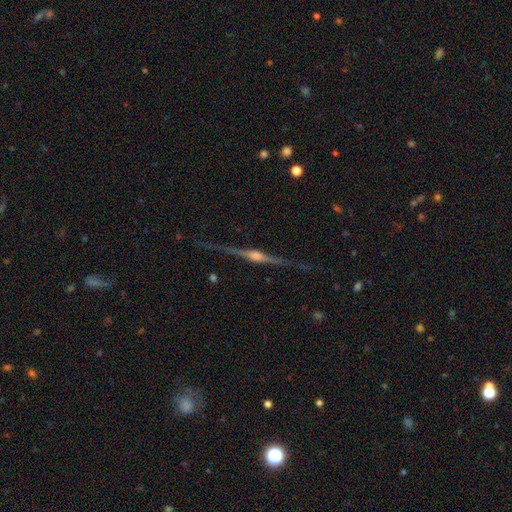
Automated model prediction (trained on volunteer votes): Smooth or featured?
  - featured or disk: 89% *
  - smooth: 6%
  - star or artifact: 6%
Edge-on disk?
  - yes: 98% *
  - no: 2%
Edge-on bulge?
  - rounded: 92% *
  - boxy: 6%
  - none: 3%
Merging?
  - none: 86% *
  - minor disturbance: 11%
  - major disturbance: 2%
  - merger: 1%